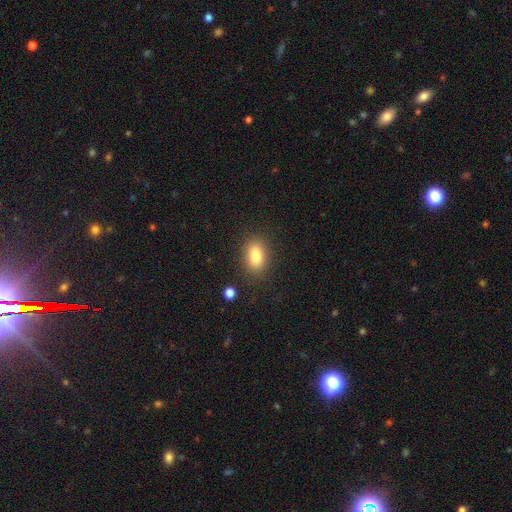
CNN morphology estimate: A smooth galaxy with no disk features (83%) that is in between round and cigar-shaped (83%).

Vote fractions:
- Smooth or featured? smooth: 83% / star or artifact: 9% / featured or disk: 8%
- How rounded? in between: 83% / round: 15% / cigar-shaped: 2%
- Merging? none: 85% / minor disturbance: 10% / major disturbance: 3% / merger: 2%